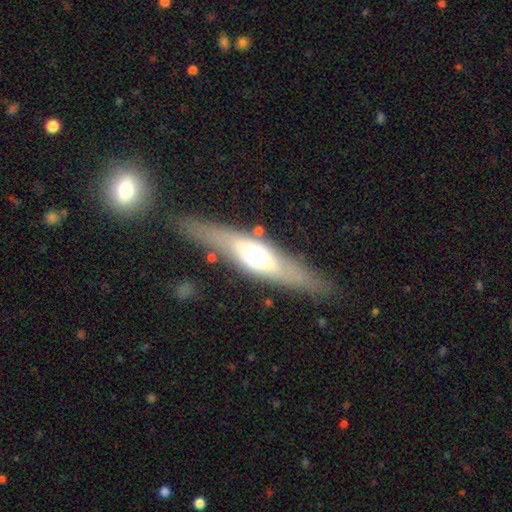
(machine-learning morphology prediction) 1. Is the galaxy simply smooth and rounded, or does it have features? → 54% featured or disk, 39% smooth, 7% star or artifact.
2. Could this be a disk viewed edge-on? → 80% yes, 20% no.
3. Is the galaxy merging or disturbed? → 82% none, 11% minor disturbance, 4% major disturbance, 3% merger.